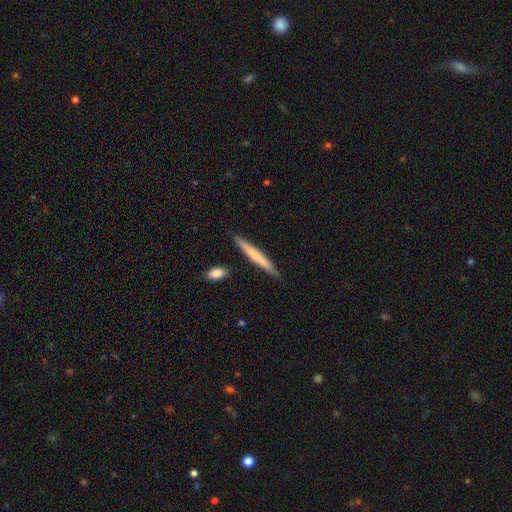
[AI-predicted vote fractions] smooth_or_featured: smooth (p=0.58) [alt: featured or disk p=0.36]
how_rounded: cigar-shaped (p=0.95) [alt: in between p=0.03]
merging: none (p=0.88) [alt: minor disturbance p=0.08]